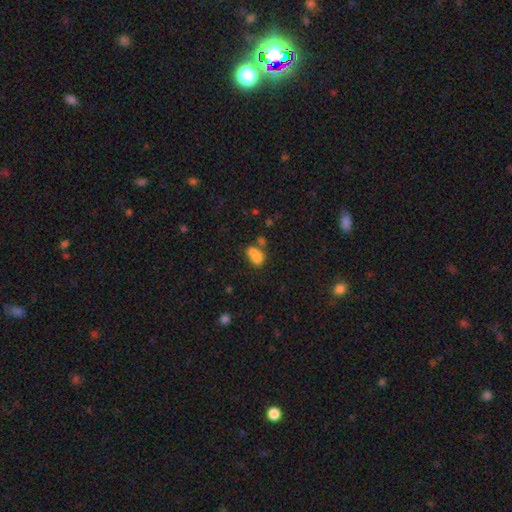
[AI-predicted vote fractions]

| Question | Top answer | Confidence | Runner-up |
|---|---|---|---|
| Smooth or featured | smooth | 73% | featured or disk (15%) |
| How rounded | in between | 63% | round (35%) |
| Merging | merger | 60% | none (24%) |